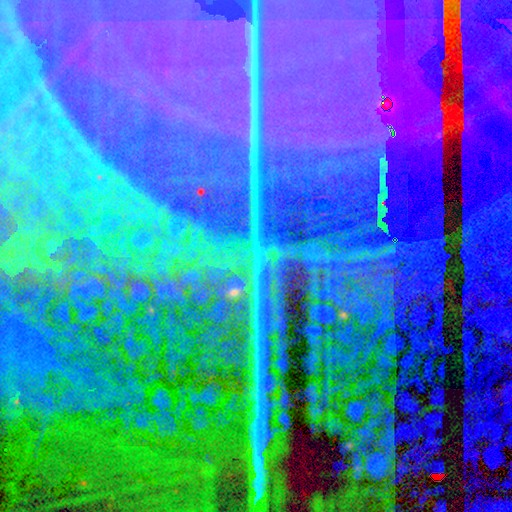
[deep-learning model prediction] smooth-or-featured: star or artifact: 89% | featured or disk: 7% | smooth: 4%